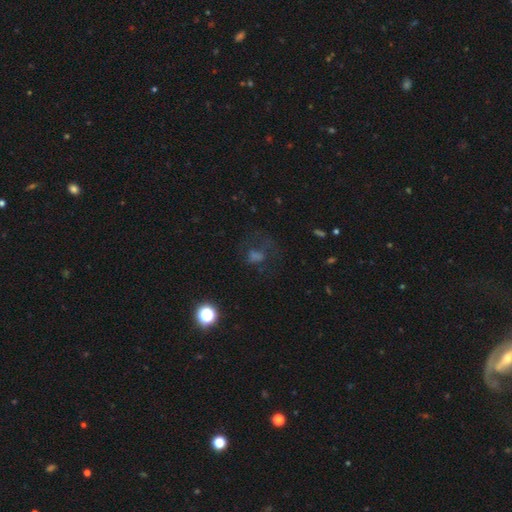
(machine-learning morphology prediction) type=smooth (39%); merging=none (49%).